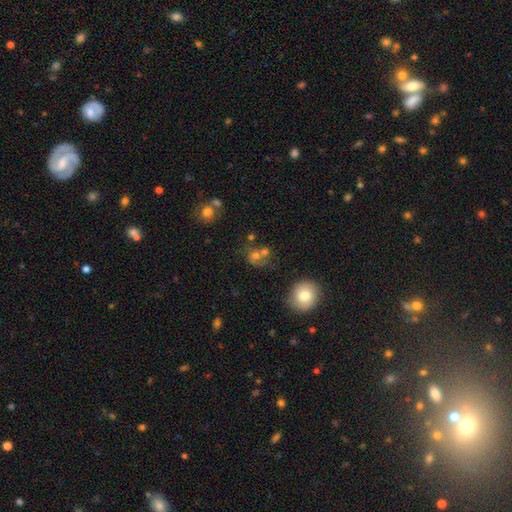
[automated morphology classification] Smooth or featured?
  - smooth: 58% *
  - featured or disk: 22%
  - star or artifact: 20%
How rounded?
  - round: 72% *
  - in between: 27%
  - cigar-shaped: 1%
Merging?
  - none: 42% *
  - merger: 32%
  - minor disturbance: 14%
  - major disturbance: 11%